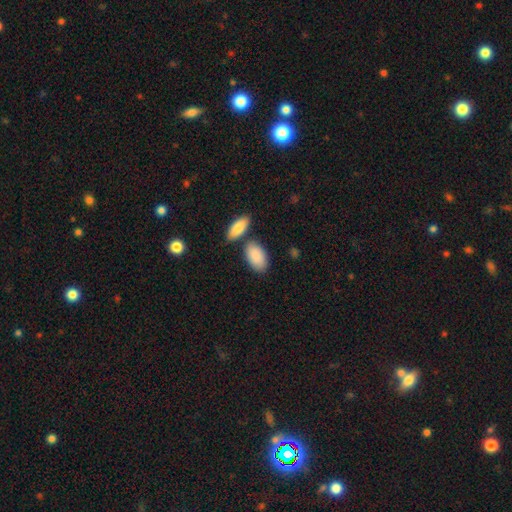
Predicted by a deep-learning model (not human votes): Smooth or featured? Predicted: smooth (p=0.89). How rounded? Predicted: in between (p=0.94). Merging? Predicted: none (p=0.68).